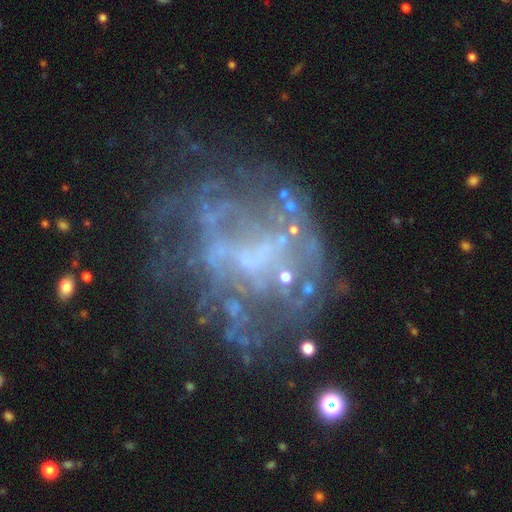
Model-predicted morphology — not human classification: The model was most divided on "merging": none: 48%, major disturbance: 29%, minor disturbance: 18%, merger: 5%. More confident: edge-on disk — no (98%); smooth or featured — featured or disk (74%); bar — no (67%); spiral arms — no (65%); bulge size — none (57%).